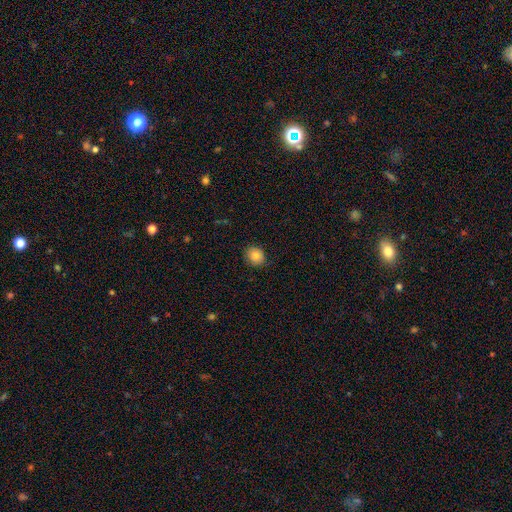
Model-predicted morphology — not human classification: type=smooth (83%); roundness=round (79%); merging=none (83%).